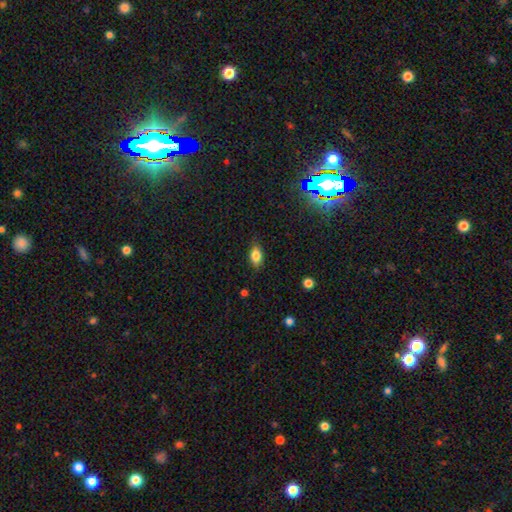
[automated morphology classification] This appears to be a smooth galaxy with no disk features (81%) that is in between round and cigar-shaped (86%). Merging: none (83%).